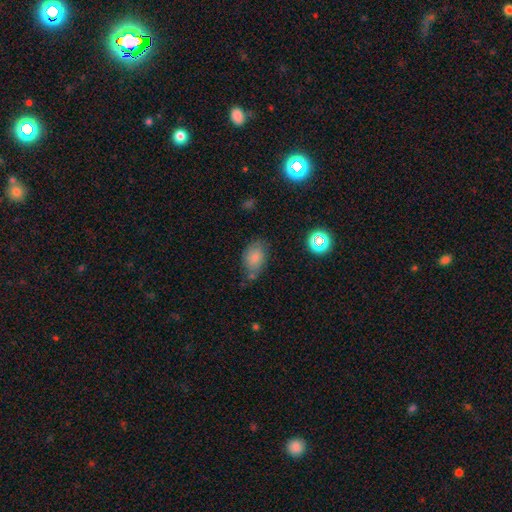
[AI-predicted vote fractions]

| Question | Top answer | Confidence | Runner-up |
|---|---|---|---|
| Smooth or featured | smooth | 79% | star or artifact (11%) |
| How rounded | in between | 85% | round (13%) |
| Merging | none | 59% | minor disturbance (27%) |